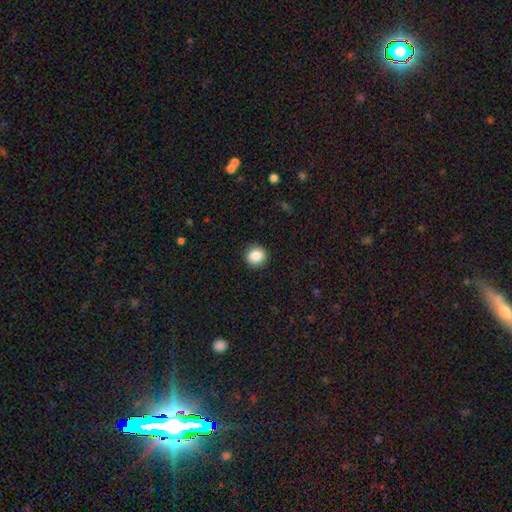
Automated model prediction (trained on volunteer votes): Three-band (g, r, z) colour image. It shows a smooth galaxy with no disk features (86%) that is round (86%). Merging: none (90%).